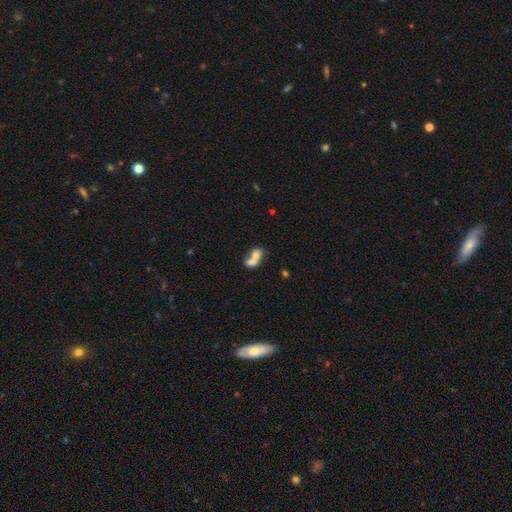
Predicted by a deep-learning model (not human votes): The model was most divided on "how rounded": in between: 71%, round: 26%, cigar-shaped: 3%. More confident: merging — merger (74%); smooth or featured — smooth (68%).